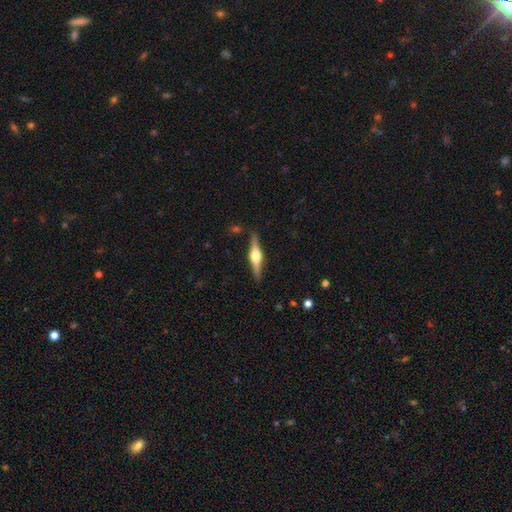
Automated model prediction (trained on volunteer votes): The model was most divided on "smooth or featured": featured or disk: 75%, smooth: 19%, star or artifact: 6%. More confident: edge-on disk — yes (98%); edge-on bulge — rounded (95%); merging — none (89%).